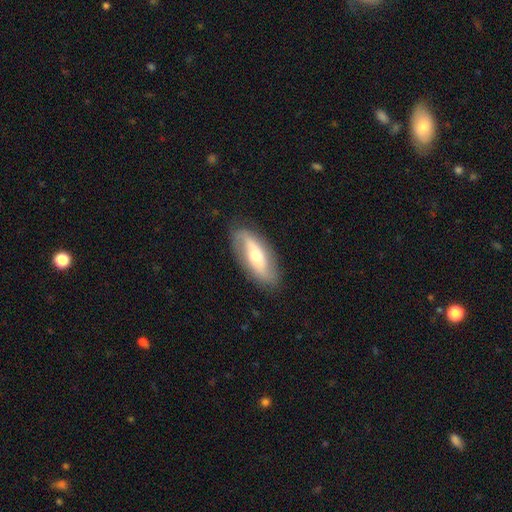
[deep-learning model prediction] The model was most divided on "bar": no: 43%, weak: 30%, strong: 26%. More confident: edge-on disk — no (84%); merging — none (83%); spiral arms — yes (82%); smooth or featured — featured or disk (66%); bulge size — moderate (62%).